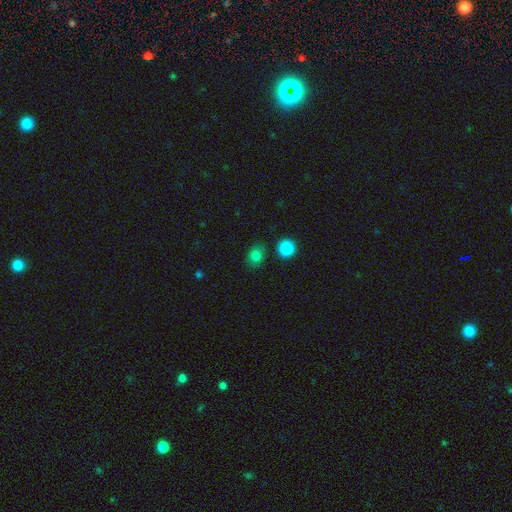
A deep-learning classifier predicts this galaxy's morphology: Smooth or featured?
  - smooth: 82% *
  - star or artifact: 12%
  - featured or disk: 6%
How rounded?
  - round: 57% *
  - in between: 42%
  - cigar-shaped: 1%
Merging?
  - none: 80% *
  - minor disturbance: 12%
  - merger: 5%
  - major disturbance: 3%